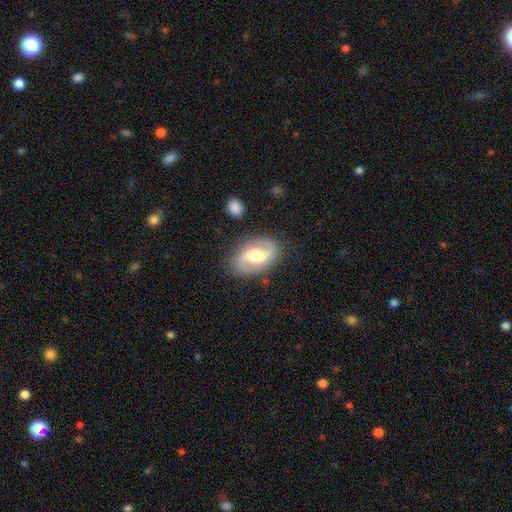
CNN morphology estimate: type=featured or disk (83%); edge-on=no (97%); bar=weak (50%); spiral arms=yes (95%); winding=medium (50%); arm count=2 (93%); bulge=moderate (59%); merging=none (82%).